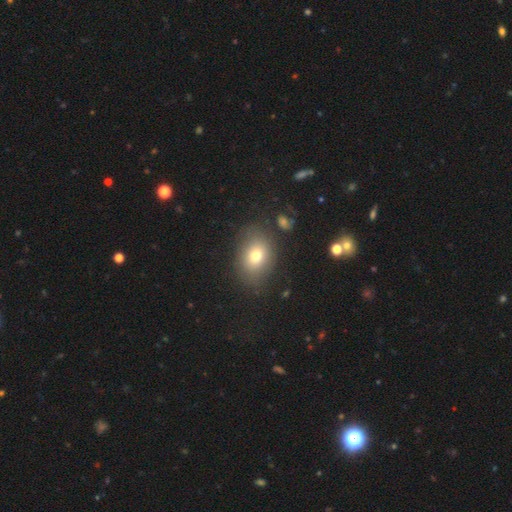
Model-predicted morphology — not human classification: smooth_or_featured: smooth (p=0.74) [alt: featured or disk p=0.14]
how_rounded: in between (p=0.66) [alt: round p=0.33]
merging: none (p=0.79) [alt: minor disturbance p=0.13]